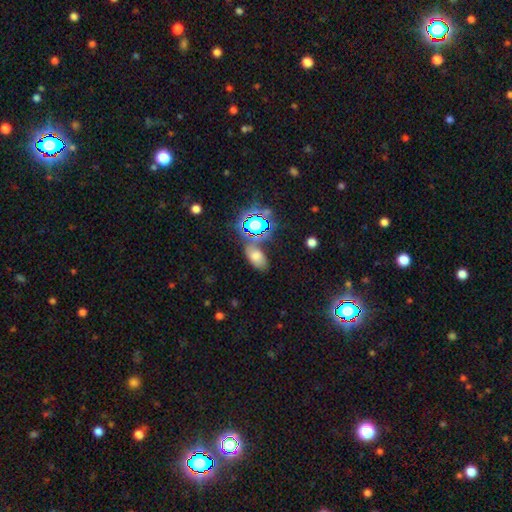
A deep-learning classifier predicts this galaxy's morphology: The model was most divided on "smooth or featured": smooth: 61%, star or artifact: 26%, featured or disk: 13%. More confident: how rounded — in between (88%); merging — none (65%).